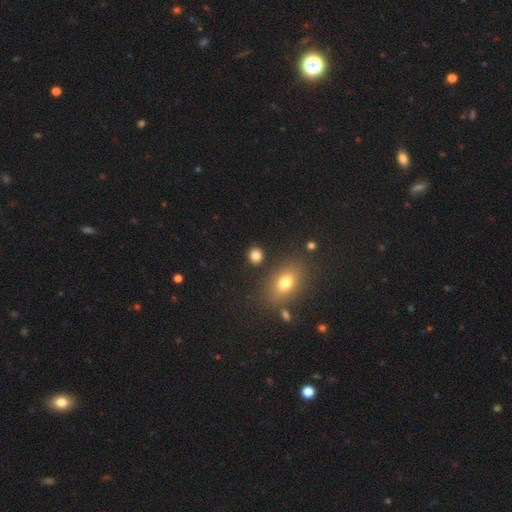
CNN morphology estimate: This appears to be a smooth galaxy with no disk features (82%) that is round (77%). Merging: none (86%).